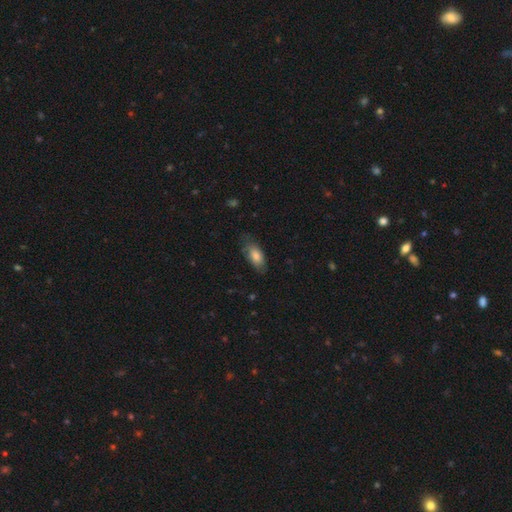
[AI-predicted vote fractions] This is likely a smooth galaxy (76%). How rounded: clearly in between (86%). Merging: likely none (65%).